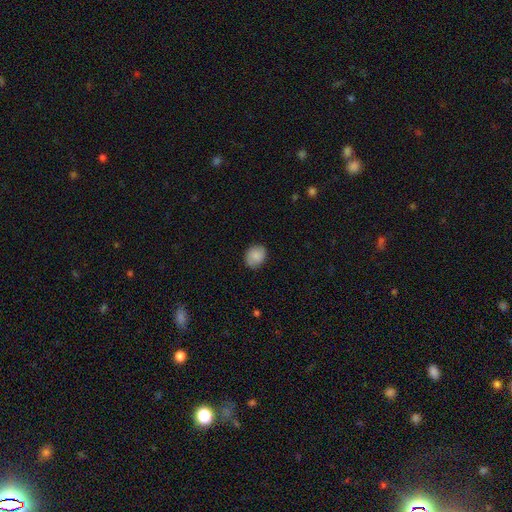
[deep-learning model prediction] Smooth or featured? smooth (82%)
How rounded? round (56%)
Merging? none (82%)